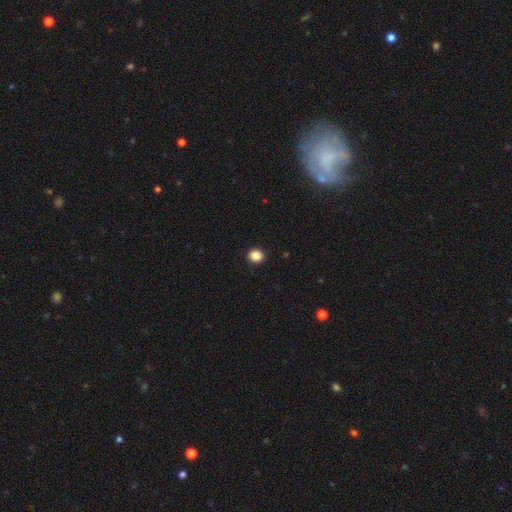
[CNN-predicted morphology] Q: Smooth or featured?
A: smooth (87%); runner-up: star or artifact (10%)
Q: How rounded?
A: round (83%); runner-up: in between (16%)
Q: Merging?
A: none (92%); runner-up: minor disturbance (5%)